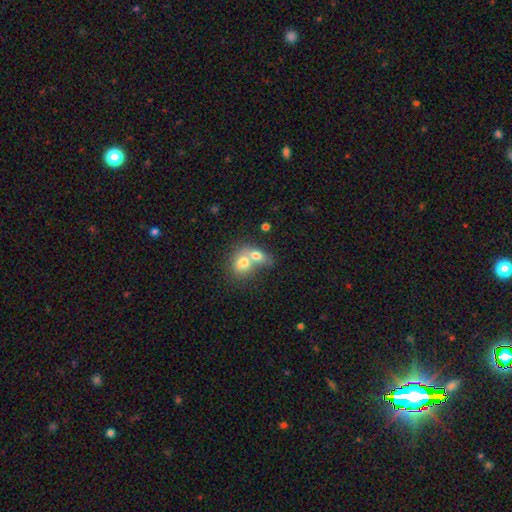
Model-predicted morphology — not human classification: smooth 72%, featured or disk 20%, star or artifact 8%. Down the decision tree: how rounded — in between (62%); merging — merger (73%).